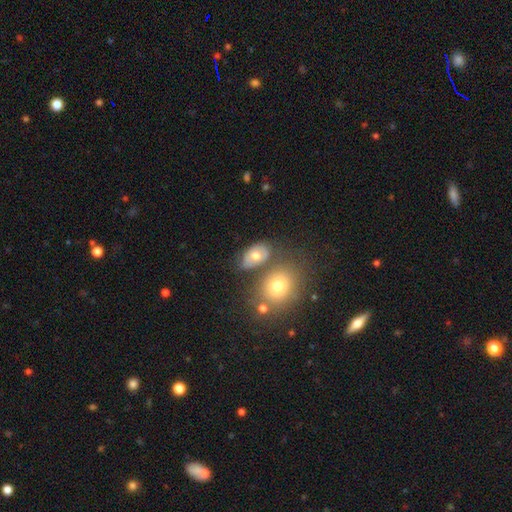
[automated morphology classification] smooth-or-featured: smooth: 58% | featured or disk: 33% | star or artifact: 9%
  how-rounded: in between: 81% | round: 18% | cigar-shaped: 2%
  merging: none: 60% | minor disturbance: 17% | merger: 16% | major disturbance: 7%